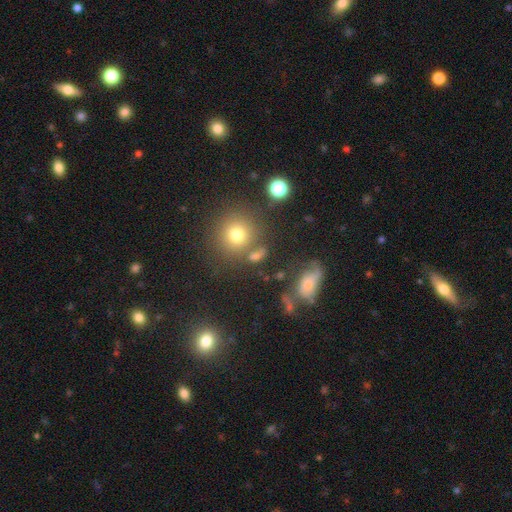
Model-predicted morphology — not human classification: The model was most divided on "how rounded": round: 60%, in between: 36%, cigar-shaped: 5%. More confident: smooth or featured — smooth (69%); merging — none (63%).